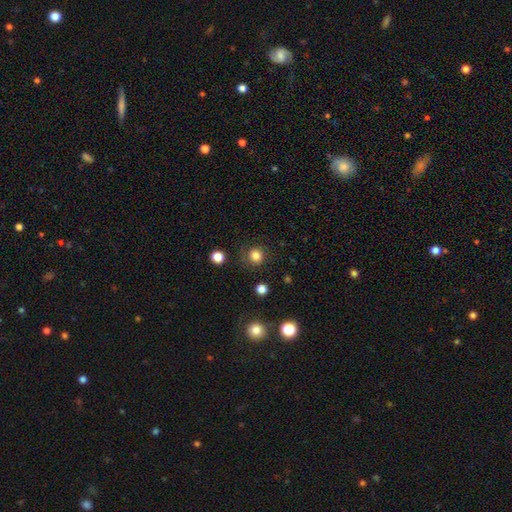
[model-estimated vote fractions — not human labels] Smooth or featured?
  - smooth: 81% *
  - star or artifact: 12%
  - featured or disk: 7%
How rounded?
  - round: 88% *
  - in between: 11%
  - cigar-shaped: 1%
Merging?
  - none: 77% *
  - minor disturbance: 14%
  - major disturbance: 7%
  - merger: 2%